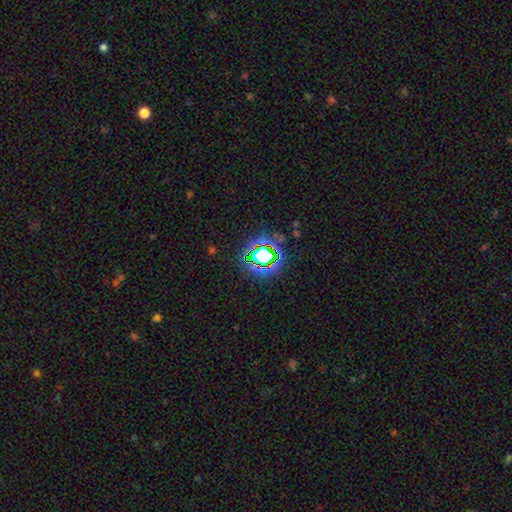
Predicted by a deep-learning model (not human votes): Smooth or featured: star or artifact — 77% (smooth — 14%)